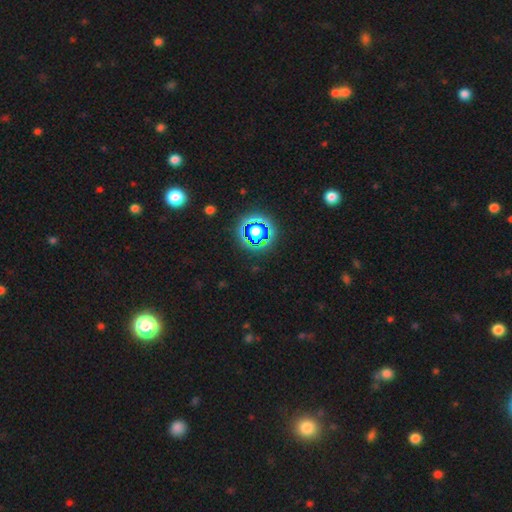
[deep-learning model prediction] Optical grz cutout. It shows a star or artifact, not a galaxy (78%).